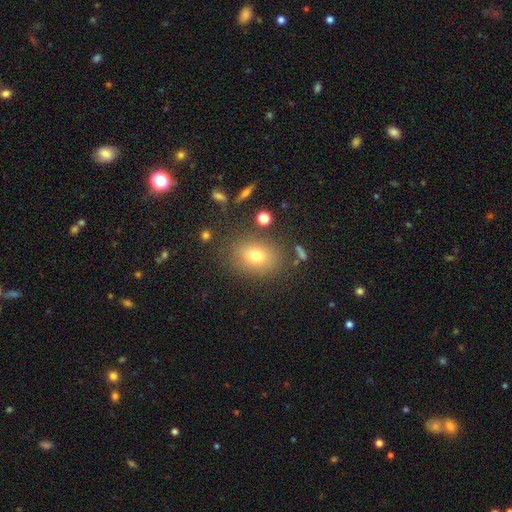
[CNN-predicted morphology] The model was most divided on "how rounded": in between: 60%, round: 38%, cigar-shaped: 1%. More confident: merging — none (80%); smooth or featured — smooth (70%).